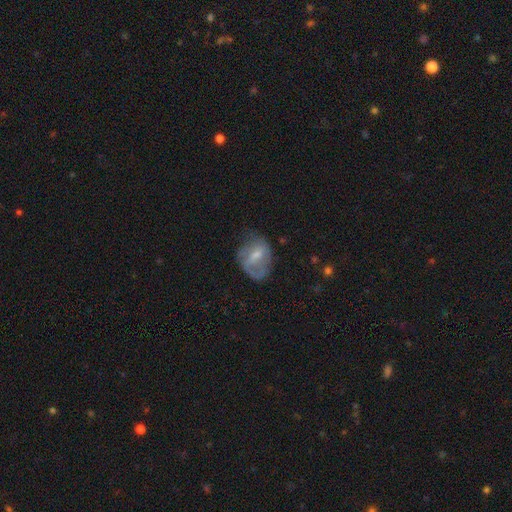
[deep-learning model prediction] Overall: featured or disk (48%; smooth 44%). Merging: none (39%; minor disturbance 31%).